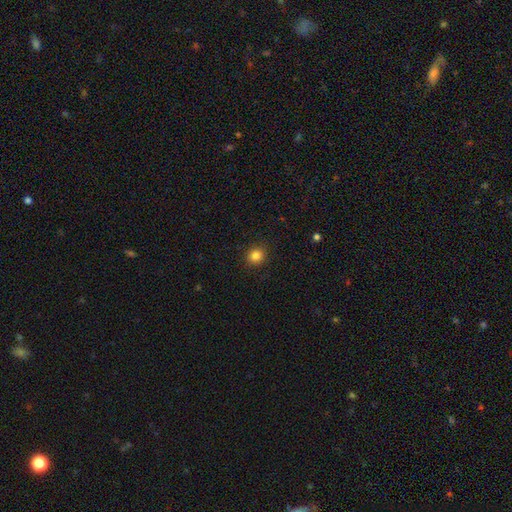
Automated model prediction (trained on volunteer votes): Smooth or featured?
  - smooth: 84% *
  - star or artifact: 12%
  - featured or disk: 4%
How rounded?
  - round: 87% *
  - in between: 12%
  - cigar-shaped: 1%
Merging?
  - none: 91% *
  - minor disturbance: 6%
  - major disturbance: 2%
  - merger: 1%